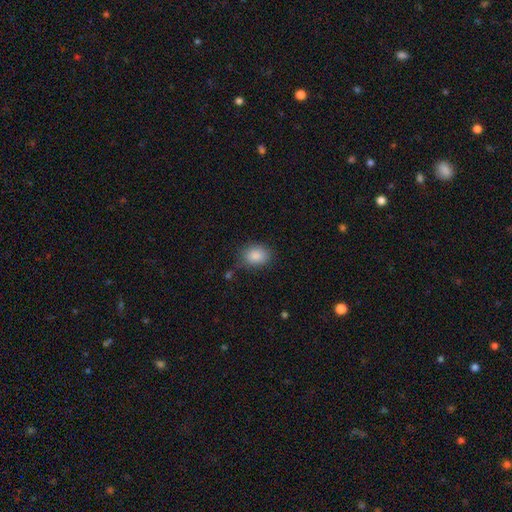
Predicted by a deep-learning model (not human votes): The model was most divided on "how rounded": in between: 60%, round: 39%, cigar-shaped: 1%. More confident: smooth or featured — smooth (87%); merging — none (75%).